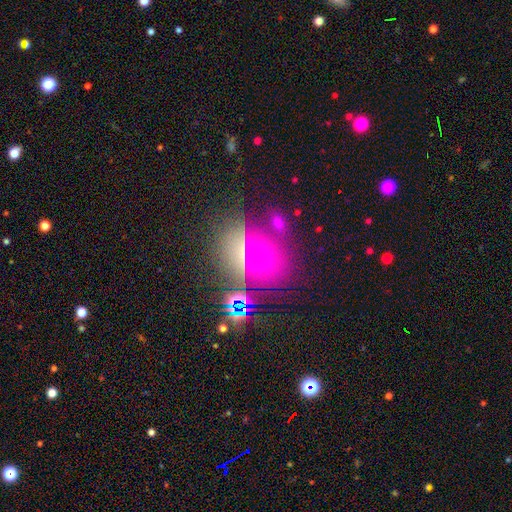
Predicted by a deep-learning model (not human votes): Smooth or featured? Predicted: smooth (p=0.50). How rounded? Predicted: round (p=0.59). Merging? Predicted: none (p=0.71).